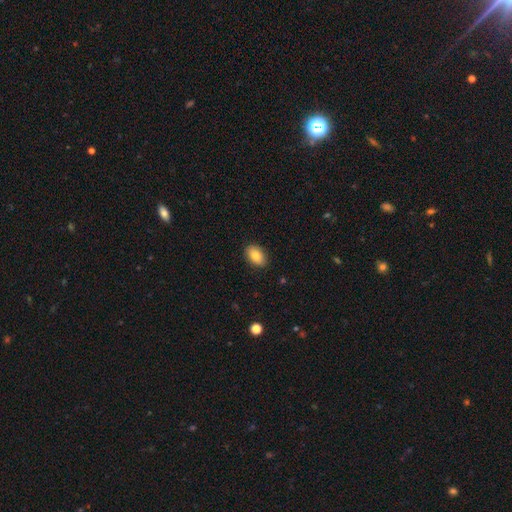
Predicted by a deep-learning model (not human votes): smooth_or_featured: smooth (p=0.85) [alt: featured or disk p=0.08]
how_rounded: in between (p=0.89) [alt: round p=0.09]
merging: none (p=0.88) [alt: minor disturbance p=0.09]